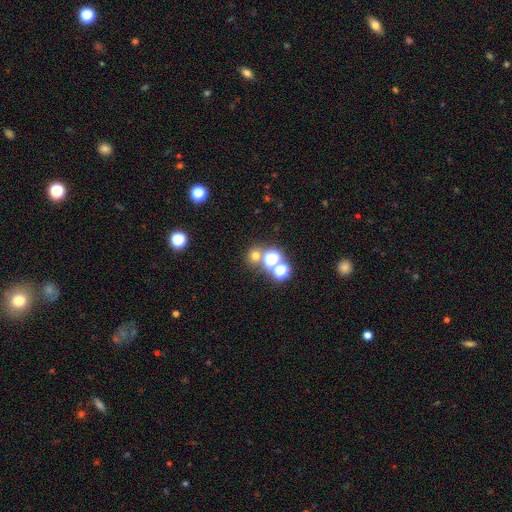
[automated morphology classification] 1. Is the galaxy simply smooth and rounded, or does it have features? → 61% smooth, 32% star or artifact, 7% featured or disk.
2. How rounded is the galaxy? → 87% round, 12% in between, 1% cigar-shaped.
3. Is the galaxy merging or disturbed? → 71% none, 18% merger, 7% minor disturbance, 4% major disturbance.